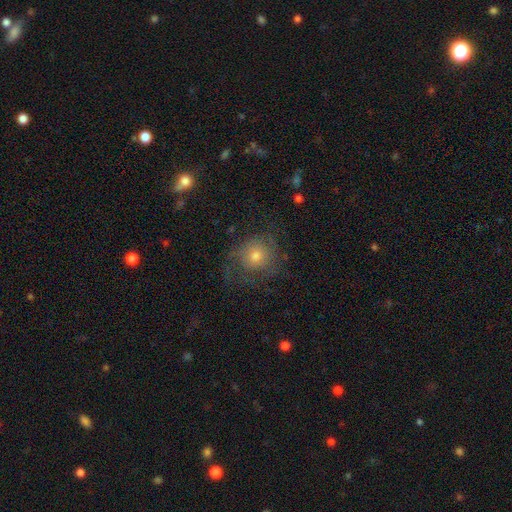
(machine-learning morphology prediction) Q: Smooth or featured?
A: featured or disk (49%); runner-up: smooth (38%)
Q: Merging?
A: none (60%); runner-up: major disturbance (20%)